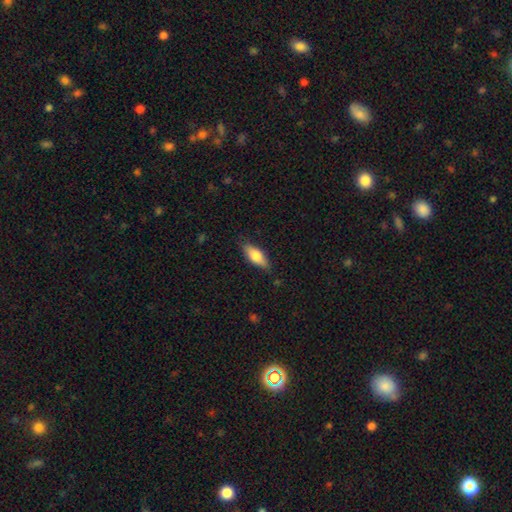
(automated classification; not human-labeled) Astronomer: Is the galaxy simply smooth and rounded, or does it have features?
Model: smooth — 70%.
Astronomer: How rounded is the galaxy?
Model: in between — 70%.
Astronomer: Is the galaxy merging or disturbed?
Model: none — 83%.